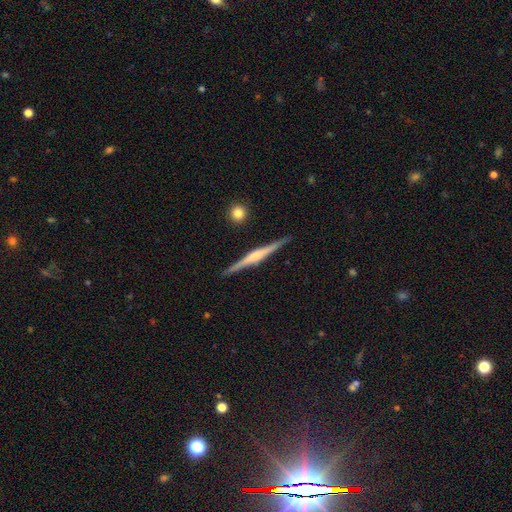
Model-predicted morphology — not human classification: smooth_or_featured: featured or disk (p=0.79) [alt: smooth p=0.16]
disk_edge_on: yes (p=0.98) [alt: no p=0.02]
edge_on_bulge: rounded (p=0.65) [alt: boxy p=0.23]
merging: none (p=0.91) [alt: minor disturbance p=0.07]